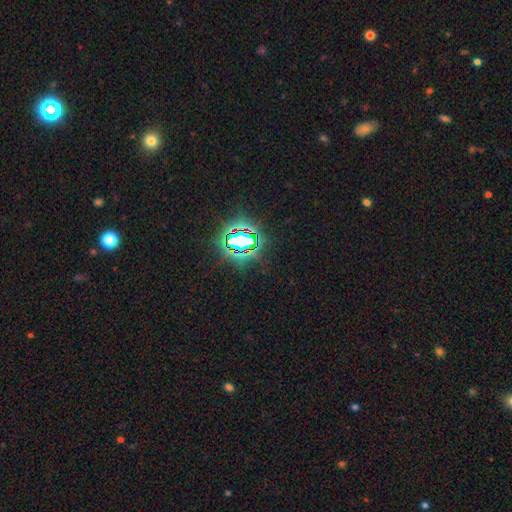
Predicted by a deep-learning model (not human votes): A star or artifact, not a galaxy (79%).